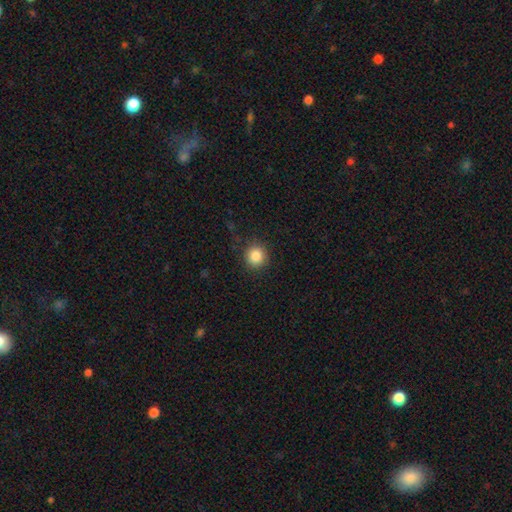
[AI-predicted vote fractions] A smooth galaxy with no disk features (85%) that is round (90%). Merging: none (88%).